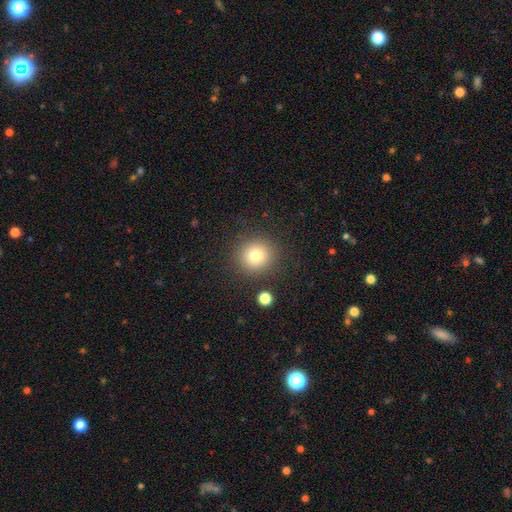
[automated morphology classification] This appears to be a smooth galaxy with no disk features (78%) that is round (91%). Merging: none (86%).